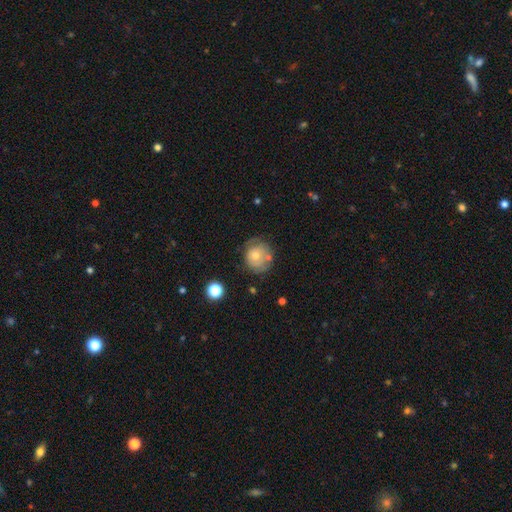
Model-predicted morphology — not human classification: smooth-or-featured: smooth: 57% | featured or disk: 35% | star or artifact: 9%
  how-rounded: round: 81% | in between: 18% | cigar-shaped: 1%
  merging: none: 56% | minor disturbance: 27% | major disturbance: 11% | merger: 7%